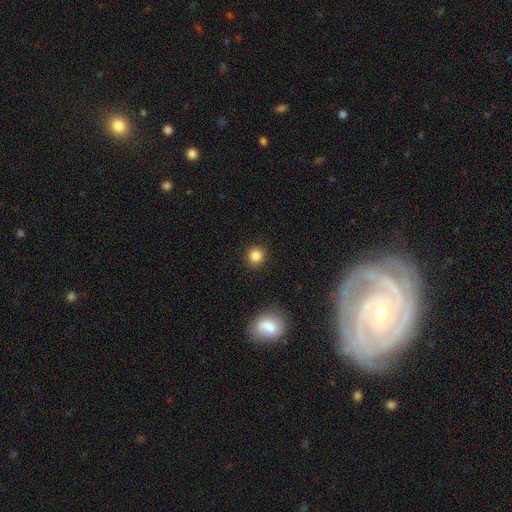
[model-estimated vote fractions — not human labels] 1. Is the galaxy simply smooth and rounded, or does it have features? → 85% smooth, 11% star or artifact, 4% featured or disk.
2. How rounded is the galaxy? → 91% round, 8% in between, 1% cigar-shaped.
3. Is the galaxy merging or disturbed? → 91% none, 5% minor disturbance, 2% major disturbance, 1% merger.